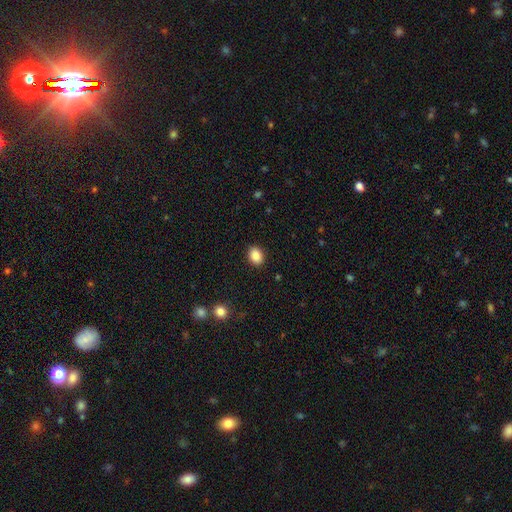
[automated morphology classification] smooth_or_featured: smooth (p=0.88) [alt: star or artifact p=0.08]
how_rounded: in between (p=0.65) [alt: round p=0.34]
merging: none (p=0.89) [alt: minor disturbance p=0.07]